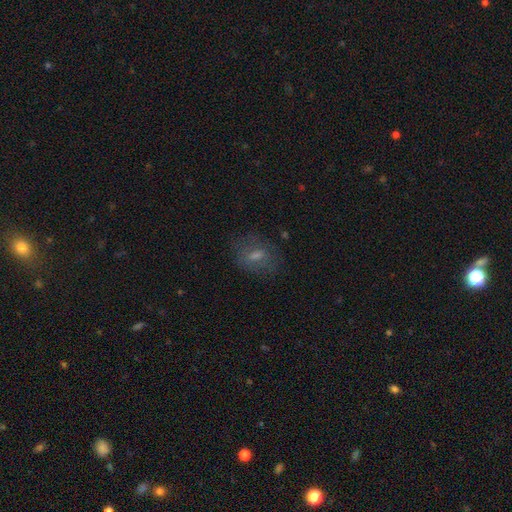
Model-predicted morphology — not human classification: smooth-or-featured: smooth: 52% | featured or disk: 29% | star or artifact: 19%
  how-rounded: in between: 61% | round: 34% | cigar-shaped: 5%
  merging: none: 72% | minor disturbance: 16% | major disturbance: 10% | merger: 2%